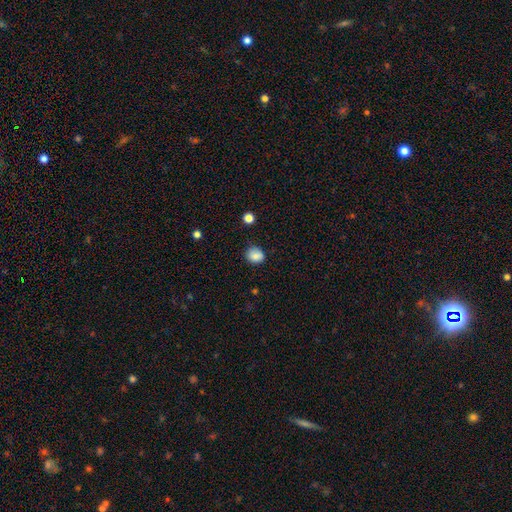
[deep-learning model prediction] Smooth or featured? Predicted: smooth (p=0.84). How rounded? Predicted: round (p=0.68). Merging? Predicted: none (p=0.73).